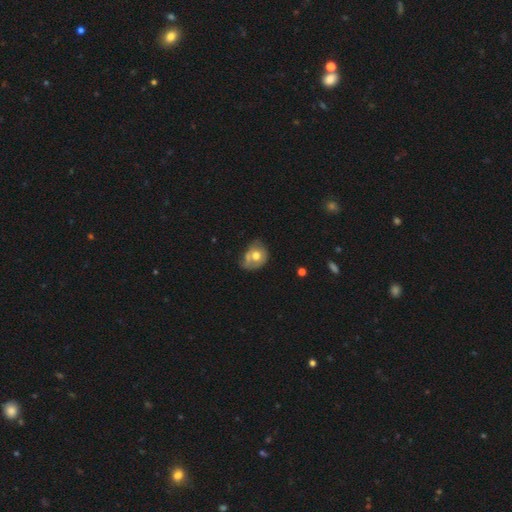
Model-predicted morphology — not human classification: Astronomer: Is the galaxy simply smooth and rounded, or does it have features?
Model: smooth — 59%.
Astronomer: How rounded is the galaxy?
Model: round — 51% (runner-up: in between, 48%).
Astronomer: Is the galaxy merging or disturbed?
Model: none — 34% (runner-up: minor disturbance, 31%).